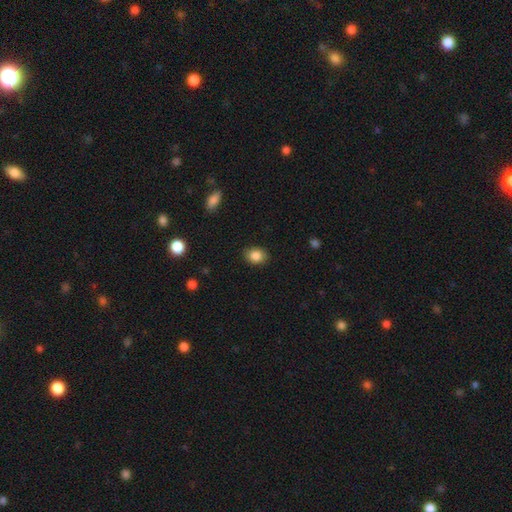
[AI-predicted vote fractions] smooth_or_featured: smooth (p=0.86) [alt: star or artifact p=0.09]
how_rounded: in between (p=0.53) [alt: round p=0.46]
merging: none (p=0.86) [alt: minor disturbance p=0.10]